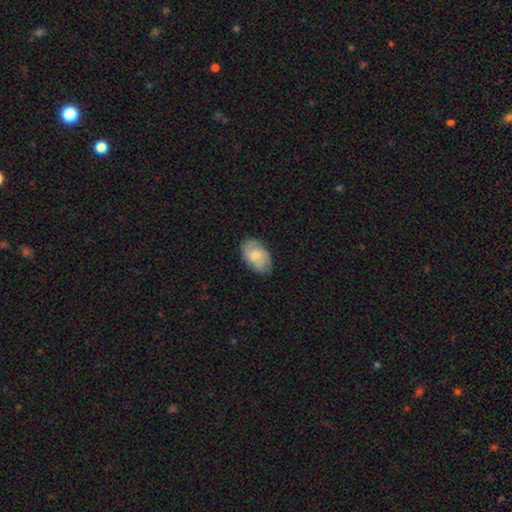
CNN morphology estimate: A smooth galaxy with no disk features (54%) that is in between round and cigar-shaped (89%).

Vote fractions:
- Smooth or featured? smooth: 54% / featured or disk: 40% / star or artifact: 6%
- How rounded? in between: 89% / round: 9% / cigar-shaped: 1%
- Merging? none: 73% / minor disturbance: 21% / major disturbance: 5% / merger: 1%